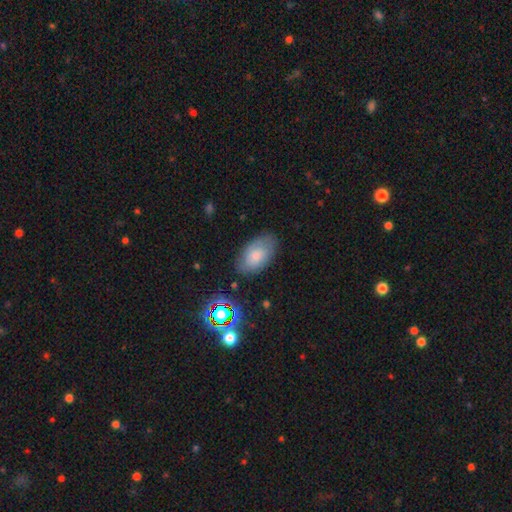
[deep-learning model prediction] Overall: smooth (73%). How rounded: in between (92%). Merging: none (77%).